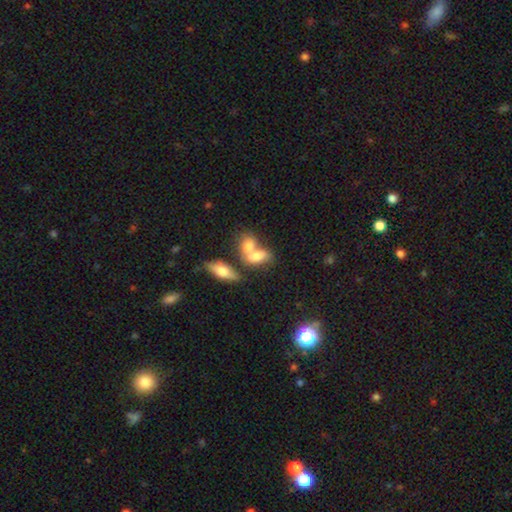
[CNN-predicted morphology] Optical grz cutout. It shows a smooth galaxy with no disk features (70%) that is in between round and cigar-shaped (83%). Merging: merger (59%).